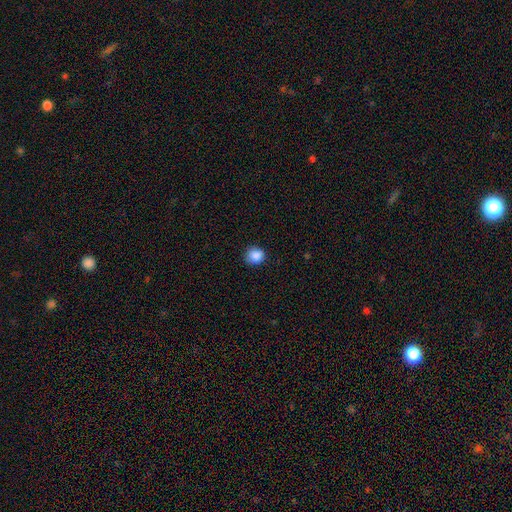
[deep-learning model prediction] Smooth or featured?
  - smooth: 87% *
  - star or artifact: 9%
  - featured or disk: 3%
How rounded?
  - round: 84% *
  - in between: 15%
  - cigar-shaped: 1%
Merging?
  - none: 83% *
  - minor disturbance: 14%
  - major disturbance: 3%
  - merger: 1%